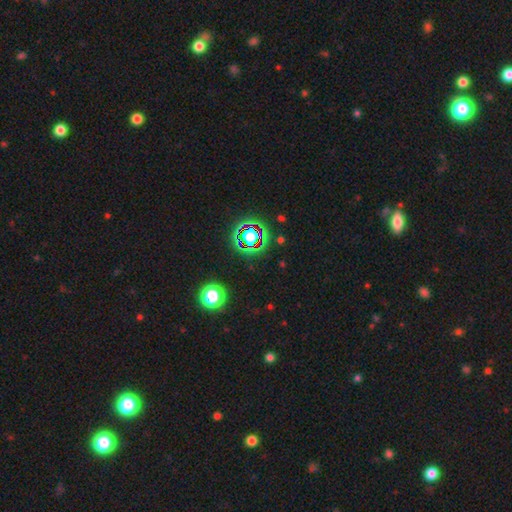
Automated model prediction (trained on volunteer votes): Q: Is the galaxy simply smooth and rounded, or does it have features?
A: star or artifact — 71%.